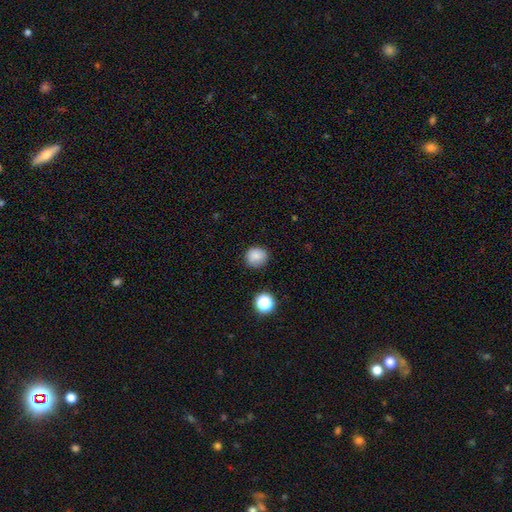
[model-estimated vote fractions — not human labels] smooth 83%, star or artifact 11%, featured or disk 6%. Down the decision tree: how rounded — round (88%); merging — none (84%).